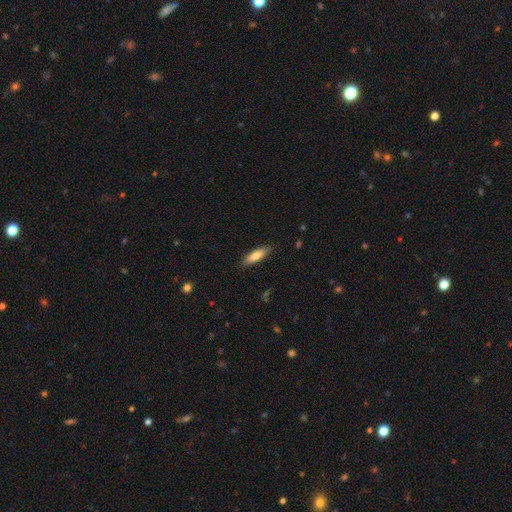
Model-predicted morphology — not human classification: Smooth or featured: smooth — 78% (featured or disk — 16%)
How rounded: cigar-shaped — 56% (in between — 42%)
Merging: none — 87% (minor disturbance — 10%)